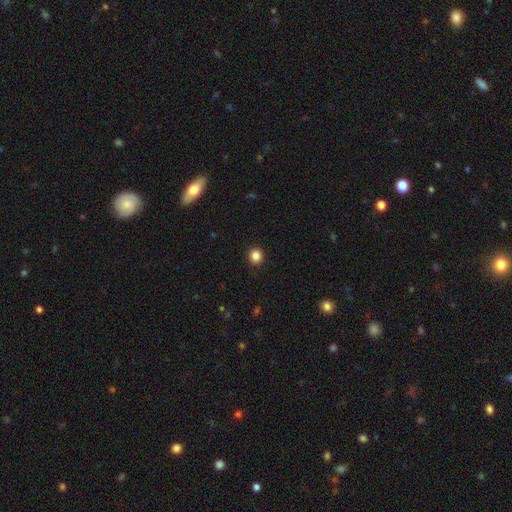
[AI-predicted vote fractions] This appears to be a smooth galaxy with no disk features (86%) that is round (91%). Merging: none (92%).